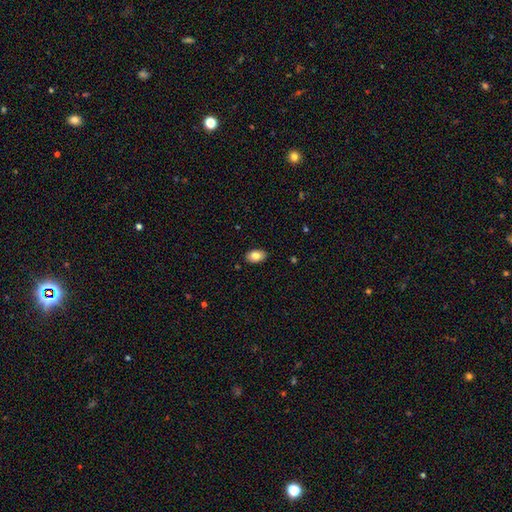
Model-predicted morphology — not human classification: This is clearly a smooth galaxy (81%). How rounded: clearly in between (90%). Merging: clearly none (89%).